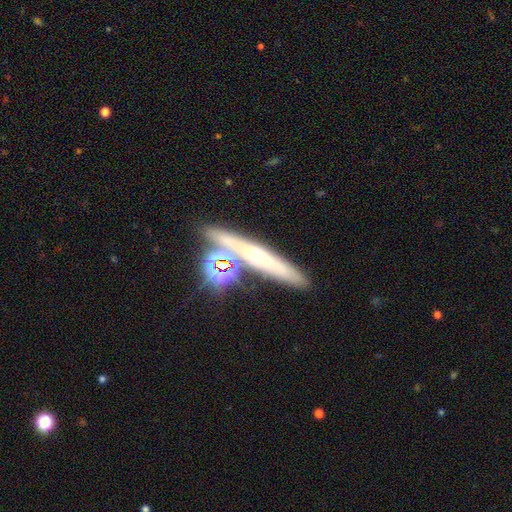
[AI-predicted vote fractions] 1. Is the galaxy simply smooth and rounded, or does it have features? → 39% featured or disk, 33% star or artifact, 29% smooth.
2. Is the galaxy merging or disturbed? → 72% none, 14% merger, 9% minor disturbance, 4% major disturbance.